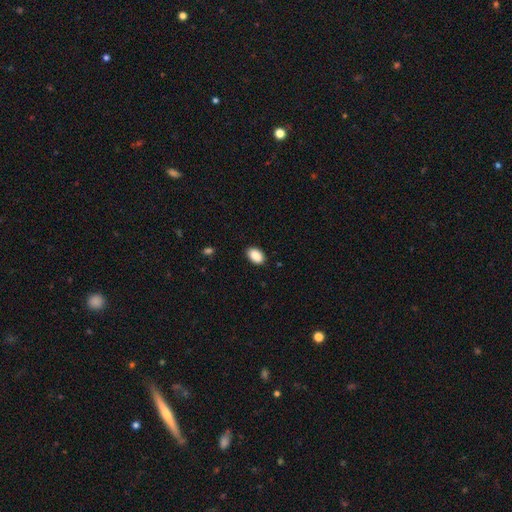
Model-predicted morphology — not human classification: Smooth or featured? smooth (90%)
How rounded? in between (91%)
Merging? none (89%)